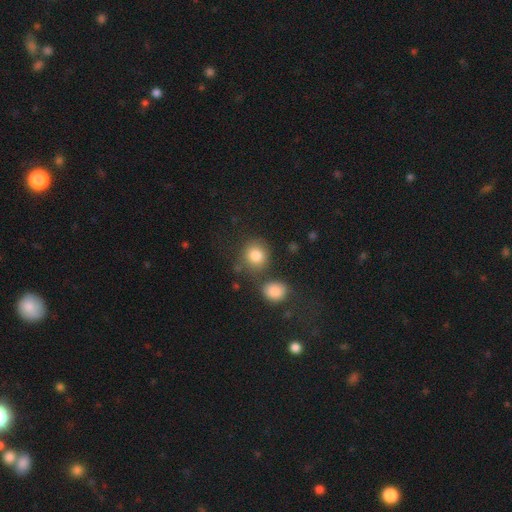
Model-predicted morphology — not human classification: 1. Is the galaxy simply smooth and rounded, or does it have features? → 84% smooth, 9% star or artifact, 7% featured or disk.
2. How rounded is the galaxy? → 81% round, 18% in between, 1% cigar-shaped.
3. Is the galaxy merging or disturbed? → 65% none, 16% merger, 13% minor disturbance, 6% major disturbance.